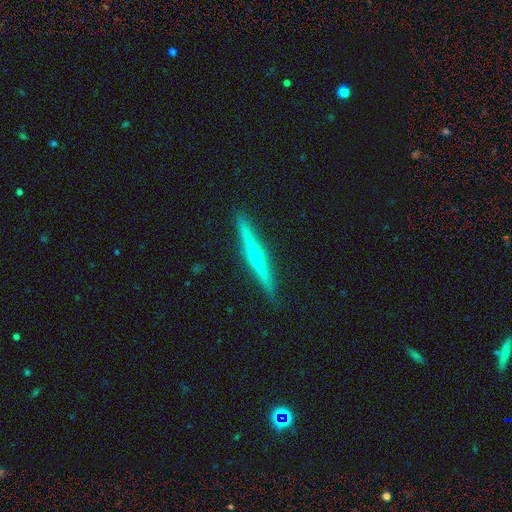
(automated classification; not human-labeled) This appears to be a featured or disk galaxy (75%) viewed edge-on (98%) with a rounded central bulge (77%). Merging: none (92%).